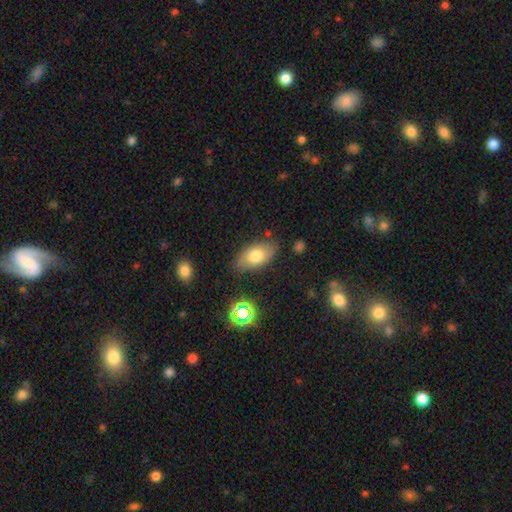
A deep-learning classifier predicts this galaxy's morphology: This is likely a smooth galaxy (73%). How rounded: clearly in between (91%). Merging: likely none (78%).